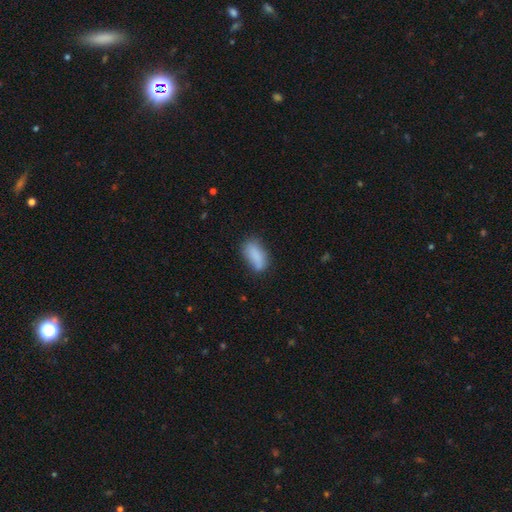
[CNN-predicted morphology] Smooth or featured?
  - smooth: 83% *
  - featured or disk: 9%
  - star or artifact: 8%
How rounded?
  - in between: 85% *
  - cigar-shaped: 11%
  - round: 4%
Merging?
  - none: 63% *
  - minor disturbance: 26%
  - major disturbance: 7%
  - merger: 4%